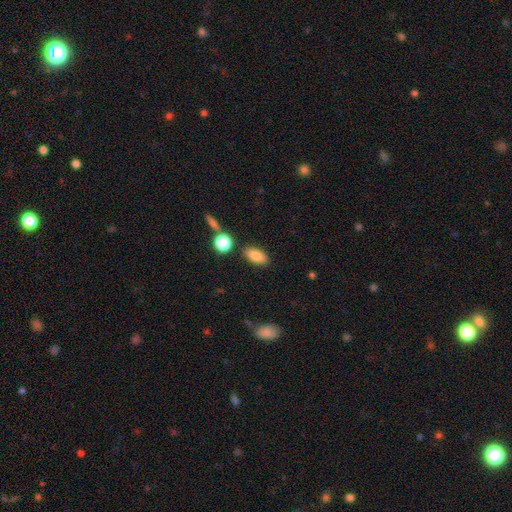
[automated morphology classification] Overall: smooth (83%). How rounded: in between (86%). Merging: none (82%).